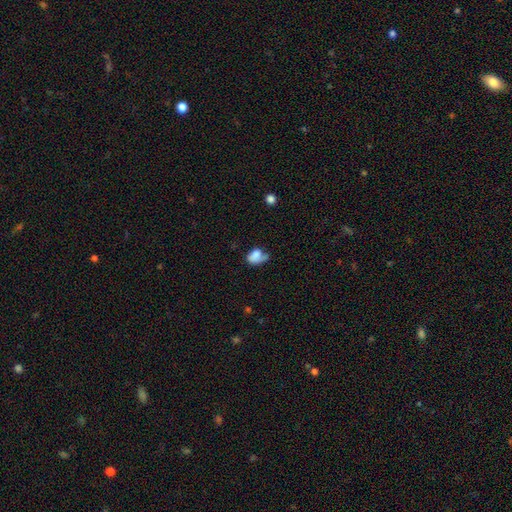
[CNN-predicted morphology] The model was most divided on "merging": minor disturbance: 31%, none: 30%, major disturbance: 22%, merger: 18%. More confident: how rounded — in between (77%); smooth or featured — smooth (76%).